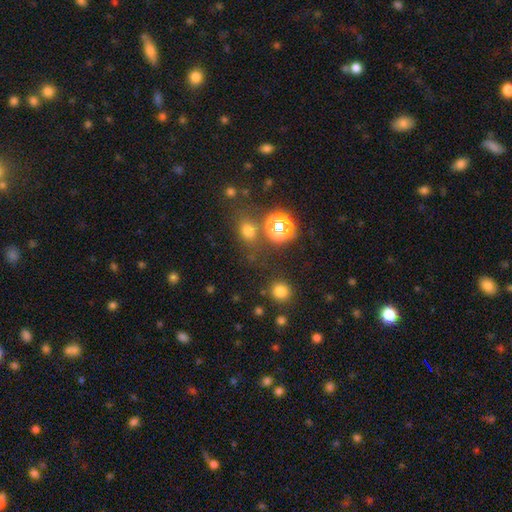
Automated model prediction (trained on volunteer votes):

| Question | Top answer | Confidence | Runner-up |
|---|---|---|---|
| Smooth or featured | smooth | 50% | star or artifact (42%) |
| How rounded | round | 82% | in between (16%) |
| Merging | none | 75% | merger (12%) |